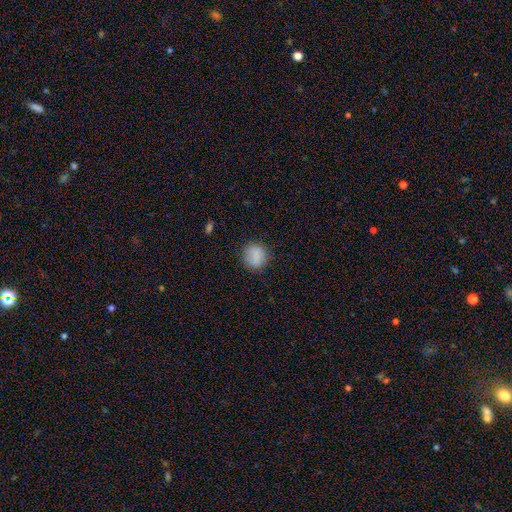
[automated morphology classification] A smooth galaxy with no disk features (84%) that is round (81%).

Vote fractions:
- Smooth or featured? smooth: 84% / star or artifact: 9% / featured or disk: 7%
- How rounded? round: 81% / in between: 18% / cigar-shaped: 1%
- Merging? none: 80% / minor disturbance: 14% / major disturbance: 4% / merger: 1%